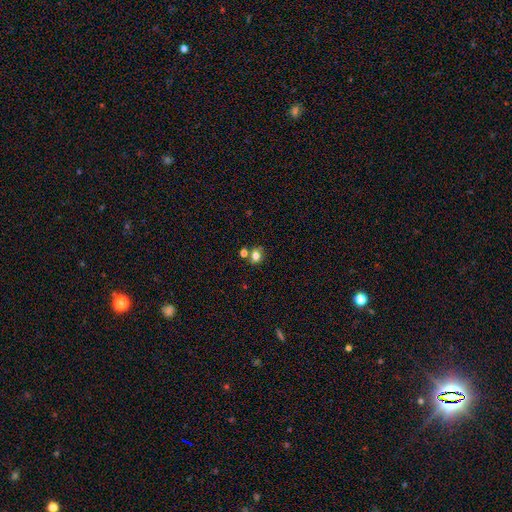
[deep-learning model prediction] A smooth galaxy with no disk features (75%) that is round (52%).

Vote fractions:
- Smooth or featured? smooth: 75% / star or artifact: 14% / featured or disk: 11%
- How rounded? round: 52% / in between: 47% / cigar-shaped: 1%
- Merging? none: 63% / merger: 20% / minor disturbance: 13% / major disturbance: 4%